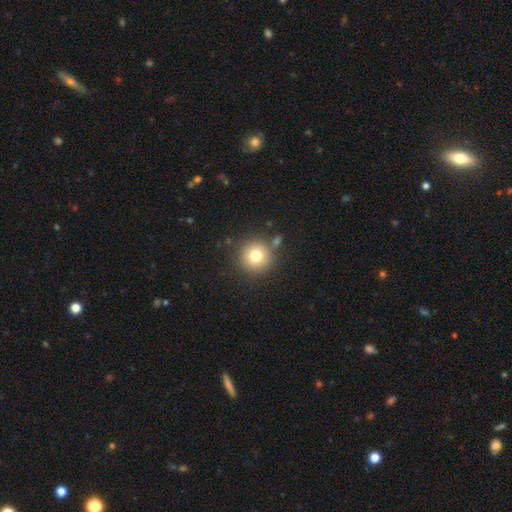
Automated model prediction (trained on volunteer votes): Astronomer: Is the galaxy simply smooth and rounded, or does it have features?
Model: smooth — 76%.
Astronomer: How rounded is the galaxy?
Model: round — 95%.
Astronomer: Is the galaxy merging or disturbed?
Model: none — 82%.